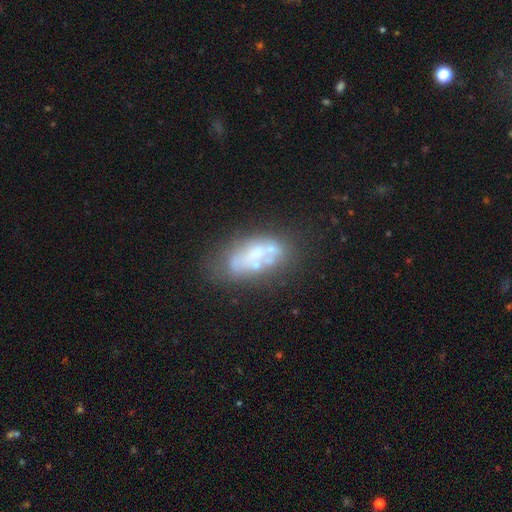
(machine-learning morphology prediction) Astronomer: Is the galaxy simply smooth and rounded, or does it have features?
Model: featured or disk — 56% (runner-up: smooth, 32%).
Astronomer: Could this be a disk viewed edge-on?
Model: no — 93%.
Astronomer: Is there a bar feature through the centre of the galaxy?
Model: no — 90%.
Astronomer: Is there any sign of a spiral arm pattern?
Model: no — 94%.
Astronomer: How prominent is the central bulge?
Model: none — 61%.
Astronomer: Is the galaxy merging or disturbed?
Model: none — 40% (runner-up: merger, 23%).